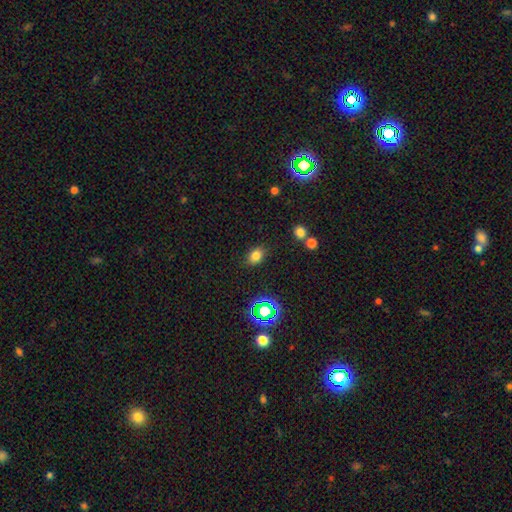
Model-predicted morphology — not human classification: smooth-or-featured: smooth: 76% | star or artifact: 17% | featured or disk: 7%
  how-rounded: in between: 74% | round: 25% | cigar-shaped: 1%
  merging: none: 84% | minor disturbance: 10% | major disturbance: 3% | merger: 2%